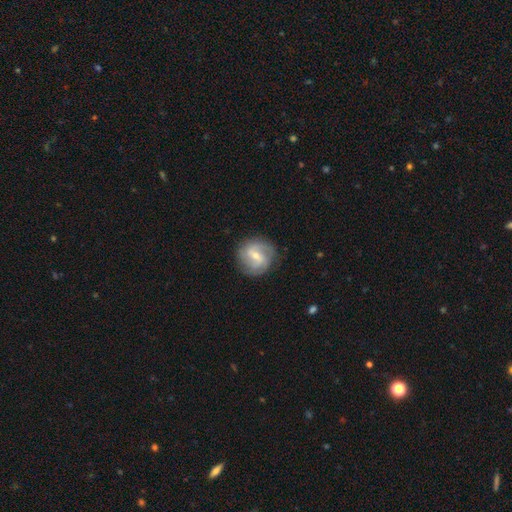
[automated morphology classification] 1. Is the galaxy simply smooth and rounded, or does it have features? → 75% featured or disk, 19% smooth, 6% star or artifact.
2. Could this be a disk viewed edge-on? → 97% no, 3% yes.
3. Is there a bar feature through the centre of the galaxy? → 53% weak, 25% no, 22% strong.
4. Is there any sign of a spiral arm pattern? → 92% yes, 8% no.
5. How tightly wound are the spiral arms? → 45% medium, 30% tight, 25% loose.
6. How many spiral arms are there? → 56% 2, 18% 3, 15% can't tell, 4% 4, 4% 1, 3% more than 4.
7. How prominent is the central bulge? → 56% small, 40% moderate, 1% large, 1% none, 1% dominant.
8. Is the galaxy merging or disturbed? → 83% none, 11% minor disturbance, 4% major disturbance, 1% merger.